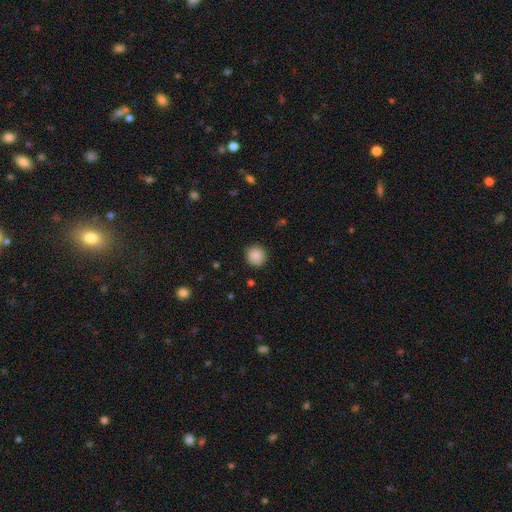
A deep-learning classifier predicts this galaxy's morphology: smooth_or_featured: smooth (p=0.88) [alt: star or artifact p=0.08]
how_rounded: round (p=0.93) [alt: in between p=0.06]
merging: none (p=0.89) [alt: minor disturbance p=0.08]